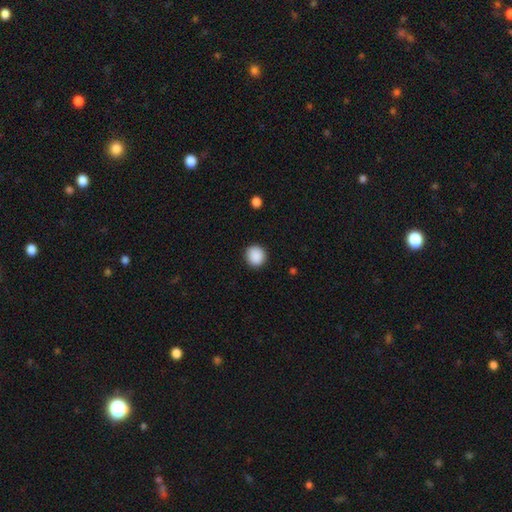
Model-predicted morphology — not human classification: This is clearly a smooth galaxy (89%). How rounded: clearly round (90%). Merging: clearly none (91%).